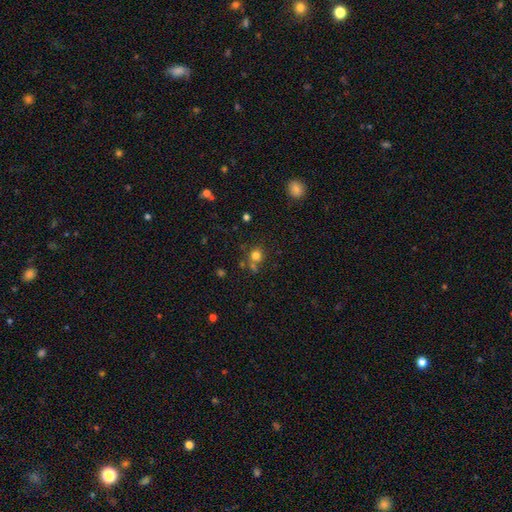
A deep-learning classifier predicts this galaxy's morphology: smooth 74%, star or artifact 18%, featured or disk 9%. Down the decision tree: how rounded — round (88%); merging — none (62%).